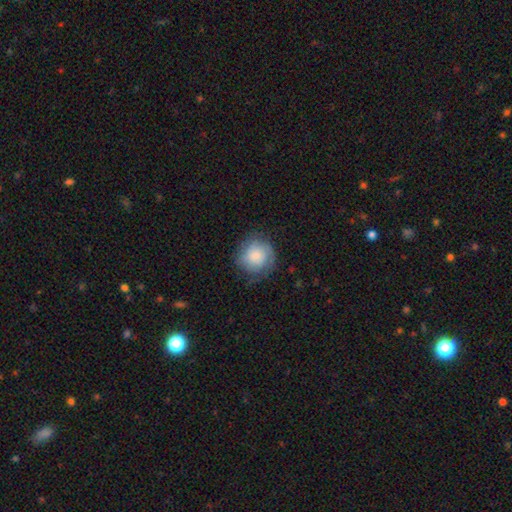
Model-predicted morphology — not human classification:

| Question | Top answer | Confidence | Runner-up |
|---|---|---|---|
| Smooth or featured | smooth | 60% | featured or disk (32%) |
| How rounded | round | 89% | in between (10%) |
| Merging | none | 67% | minor disturbance (22%) |